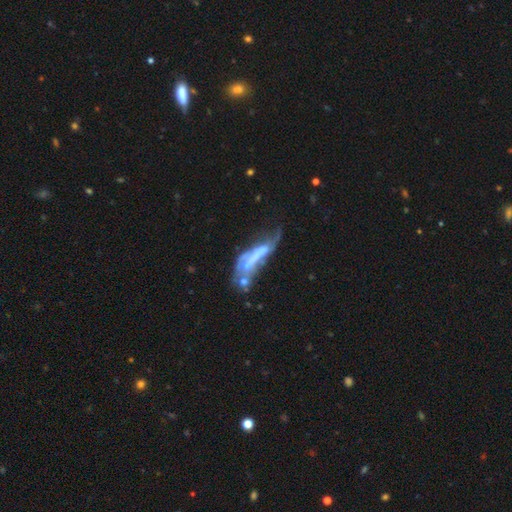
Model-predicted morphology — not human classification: smooth_or_featured: featured or disk (p=0.58) [alt: smooth p=0.31]
disk_edge_on: no (p=0.74) [alt: yes p=0.26]
merging: major disturbance (p=0.33) [alt: merger p=0.32]